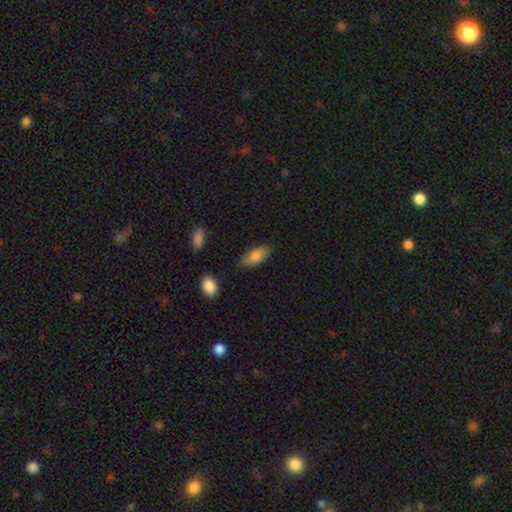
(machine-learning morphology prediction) This appears to be a smooth galaxy with no disk features (82%) that is in between round and cigar-shaped (83%). Merging: none (80%).